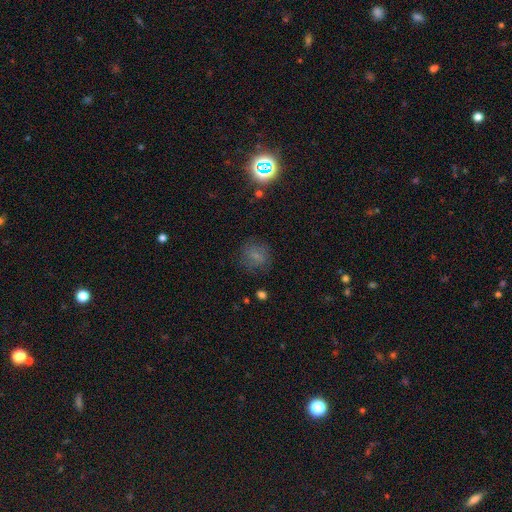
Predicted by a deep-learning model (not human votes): smooth-or-featured: smooth: 63% | featured or disk: 19% | star or artifact: 18%
  how-rounded: round: 80% | in between: 19% | cigar-shaped: 1%
  merging: none: 75% | minor disturbance: 16% | major disturbance: 7% | merger: 1%